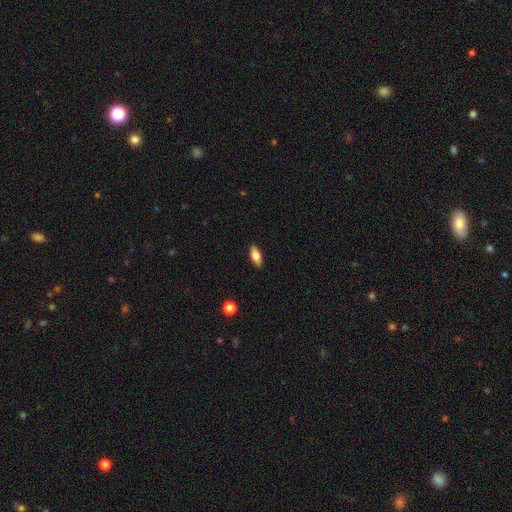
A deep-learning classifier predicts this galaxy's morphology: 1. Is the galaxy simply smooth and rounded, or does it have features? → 77% smooth, 16% featured or disk, 7% star or artifact.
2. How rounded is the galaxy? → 79% in between, 19% cigar-shaped, 3% round.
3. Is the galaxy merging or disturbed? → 89% none, 8% minor disturbance, 2% major disturbance, 1% merger.